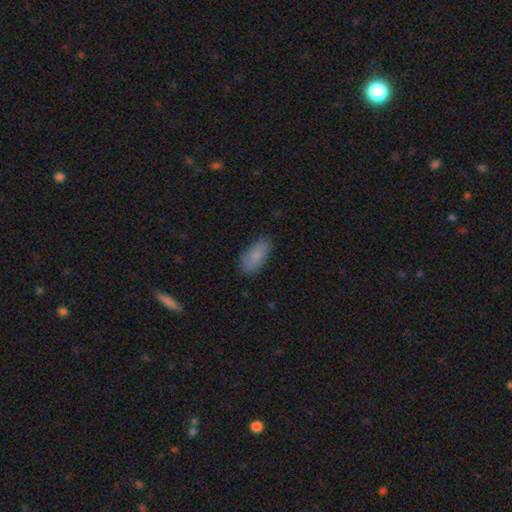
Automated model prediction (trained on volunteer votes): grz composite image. It shows a smooth galaxy with no disk features (84%) that is in between round and cigar-shaped (88%). Merging: none (82%).